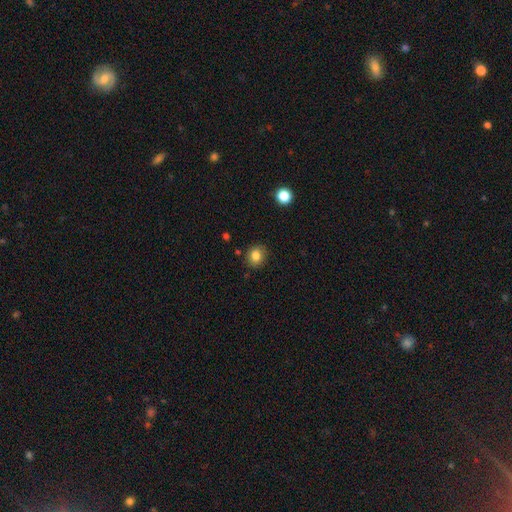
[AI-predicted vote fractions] A smooth galaxy with no disk features (82%) that is round (73%).

Vote fractions:
- Smooth or featured? smooth: 82% / star or artifact: 11% / featured or disk: 7%
- How rounded? round: 73% / in between: 26% / cigar-shaped: 1%
- Merging? none: 85% / minor disturbance: 11% / major disturbance: 2% / merger: 2%